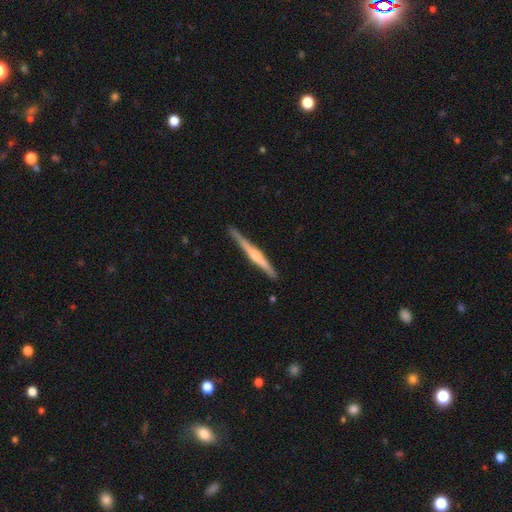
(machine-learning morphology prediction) Overall: featured or disk (72%). Edge-on disk: yes (98%). Edge-on bulge: rounded (71%). Merging: none (89%).